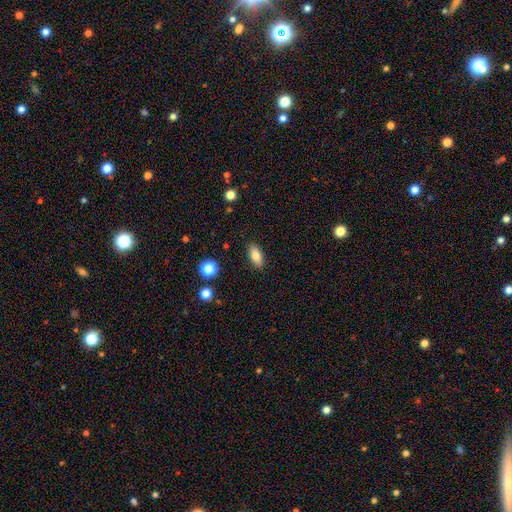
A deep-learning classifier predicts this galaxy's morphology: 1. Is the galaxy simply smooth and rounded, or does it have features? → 81% smooth, 11% featured or disk, 8% star or artifact.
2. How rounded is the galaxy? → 85% in between, 11% cigar-shaped, 4% round.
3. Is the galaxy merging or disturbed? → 88% none, 9% minor disturbance, 2% major disturbance, 1% merger.